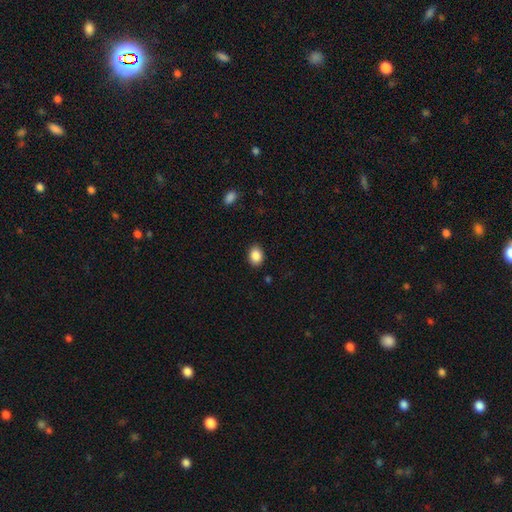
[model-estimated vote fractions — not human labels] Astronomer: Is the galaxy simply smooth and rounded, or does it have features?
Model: smooth — 87%.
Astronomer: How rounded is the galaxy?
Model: in between — 66%.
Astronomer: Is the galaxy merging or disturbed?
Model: none — 88%.